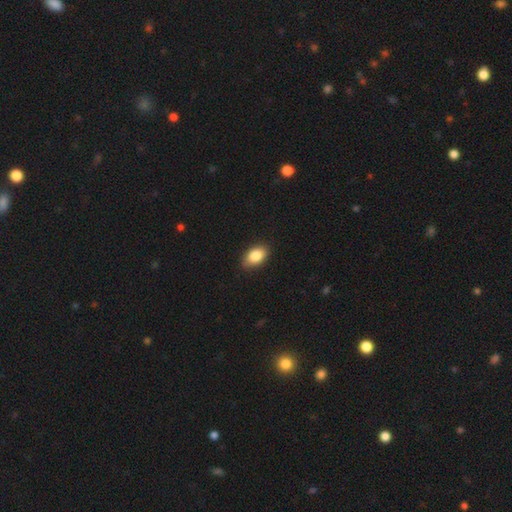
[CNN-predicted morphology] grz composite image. It shows a smooth galaxy with no disk features (86%) that is in between round and cigar-shaped (89%). Merging: none (86%).